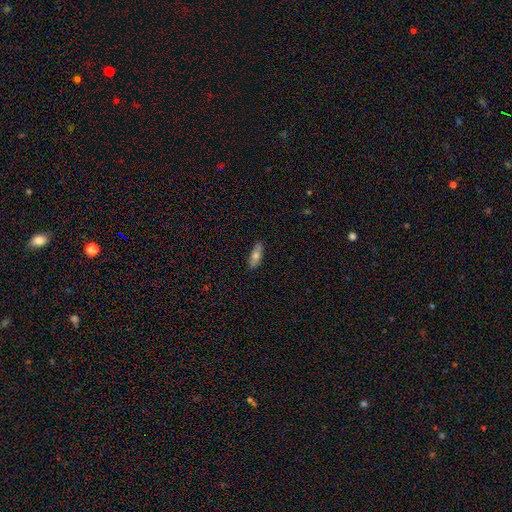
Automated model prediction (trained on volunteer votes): Smooth or featured? Predicted: smooth (p=0.68). How rounded? Predicted: in between (p=0.56). Merging? Predicted: none (p=0.87).